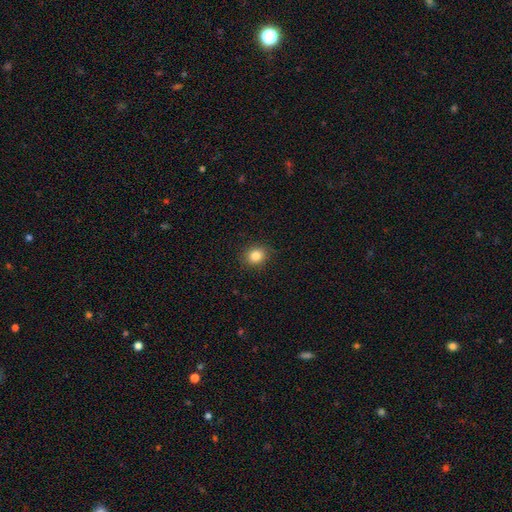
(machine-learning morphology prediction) A smooth galaxy with no disk features (84%) that is round (71%). Merging: none (88%).